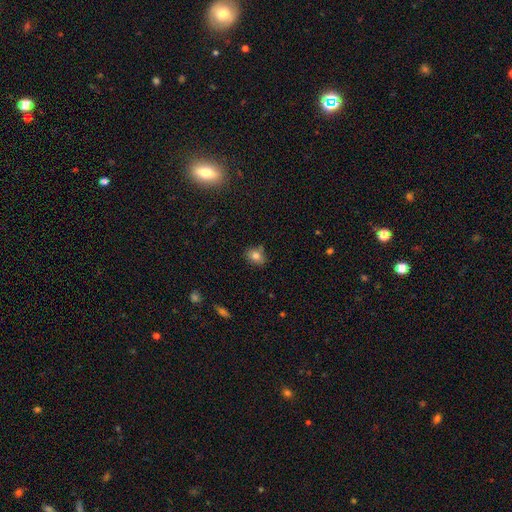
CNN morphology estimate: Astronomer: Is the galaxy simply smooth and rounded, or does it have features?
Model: smooth — 79%.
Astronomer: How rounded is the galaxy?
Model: round — 51% (runner-up: in between, 48%).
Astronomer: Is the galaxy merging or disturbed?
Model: none — 73%.